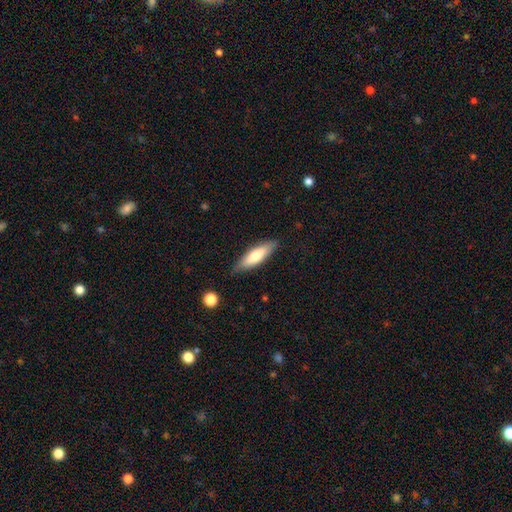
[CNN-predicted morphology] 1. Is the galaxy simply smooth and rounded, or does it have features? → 66% smooth, 29% featured or disk, 6% star or artifact.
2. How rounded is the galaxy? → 54% cigar-shaped, 44% in between, 2% round.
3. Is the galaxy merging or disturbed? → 82% none, 14% minor disturbance, 3% major disturbance, 1% merger.